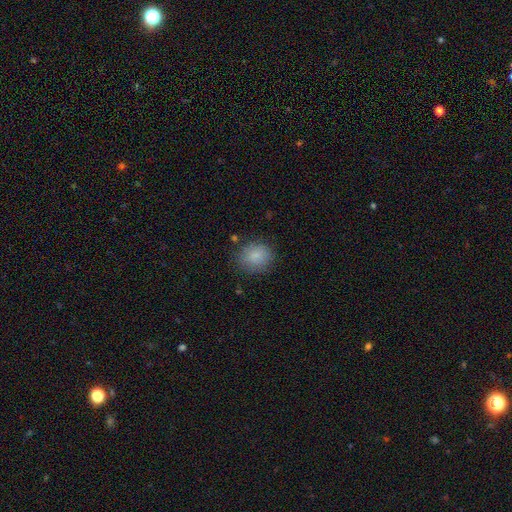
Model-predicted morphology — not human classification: The model was most divided on "how rounded": round: 64%, in between: 35%, cigar-shaped: 1%. More confident: smooth or featured — smooth (85%); merging — none (80%).